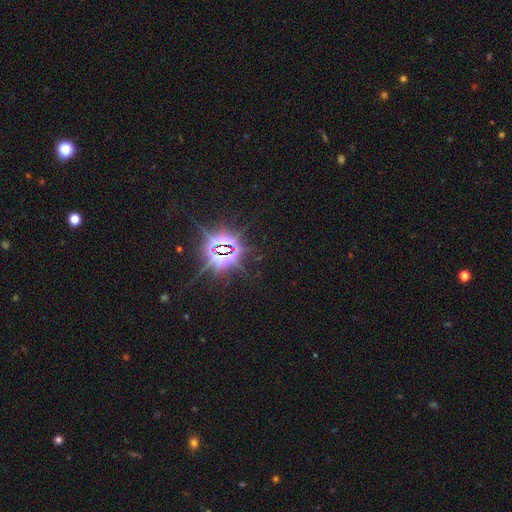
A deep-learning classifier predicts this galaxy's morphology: A star or artifact, not a galaxy (86%).